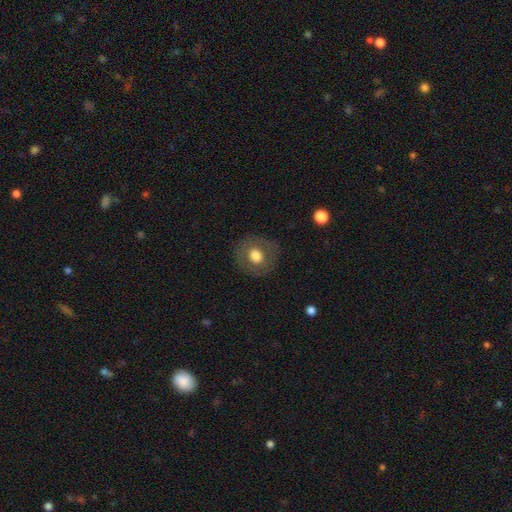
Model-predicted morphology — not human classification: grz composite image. It shows a smooth galaxy with no disk features (66%) that is round (83%). Merging: none (85%).